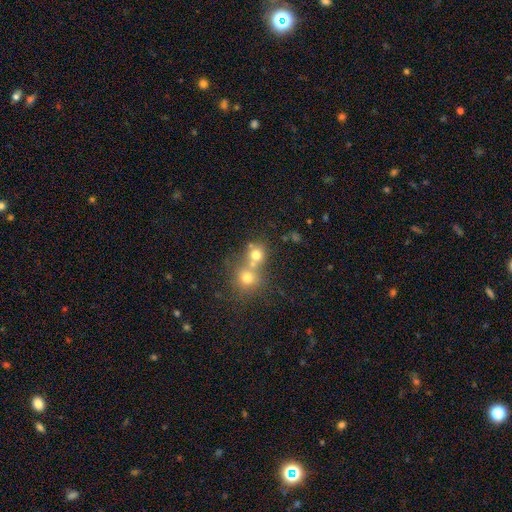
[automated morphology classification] This appears to be a smooth galaxy with no disk features (68%) that is round (80%). Merging: merger (55%).